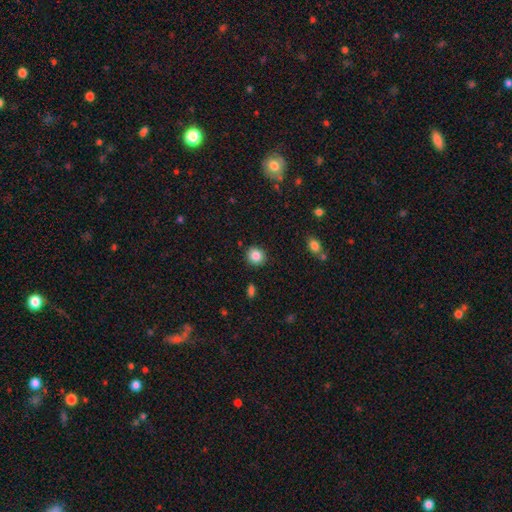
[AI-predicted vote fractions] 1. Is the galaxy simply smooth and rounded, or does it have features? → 86% smooth, 10% star or artifact, 4% featured or disk.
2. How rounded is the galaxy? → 89% round, 10% in between, 1% cigar-shaped.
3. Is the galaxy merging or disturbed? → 89% none, 7% minor disturbance, 2% major disturbance, 2% merger.